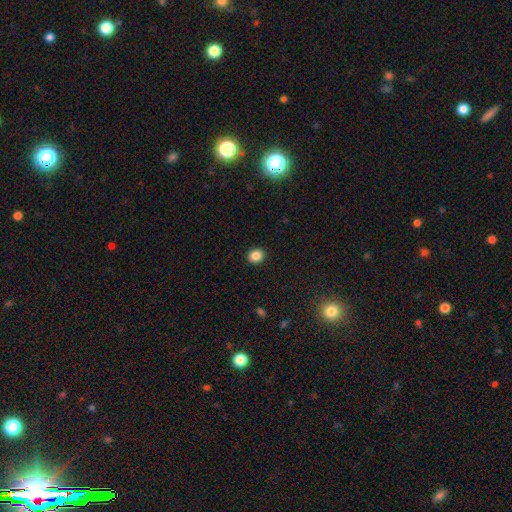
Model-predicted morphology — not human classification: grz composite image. It shows a smooth galaxy with no disk features (86%) that is round (77%). Merging: none (92%).